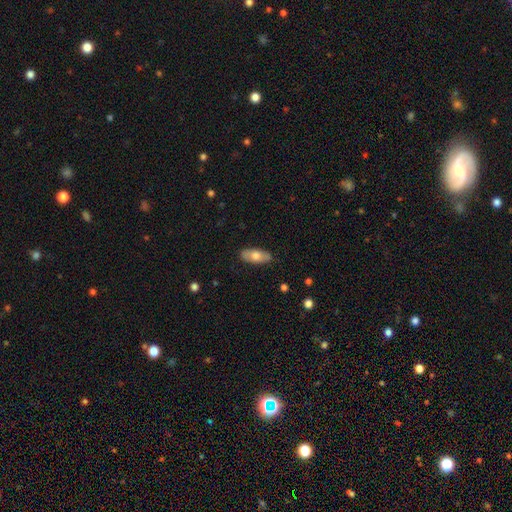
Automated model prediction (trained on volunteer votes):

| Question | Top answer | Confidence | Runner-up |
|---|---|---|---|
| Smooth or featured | smooth | 68% | featured or disk (26%) |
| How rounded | in between | 85% | cigar-shaped (12%) |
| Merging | none | 87% | minor disturbance (10%) |